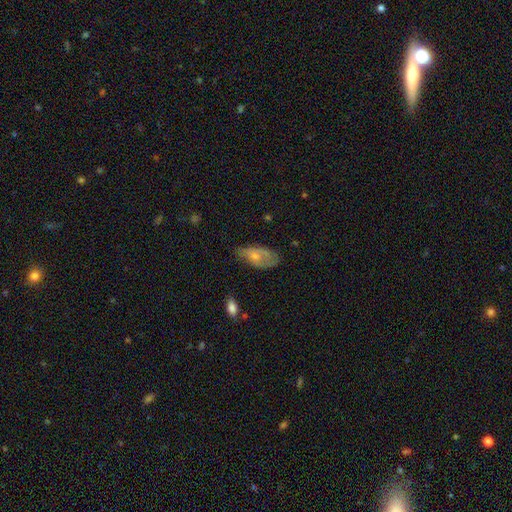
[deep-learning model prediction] Smooth or featured? smooth (57%)
How rounded? in between (91%)
Merging? none (45%)